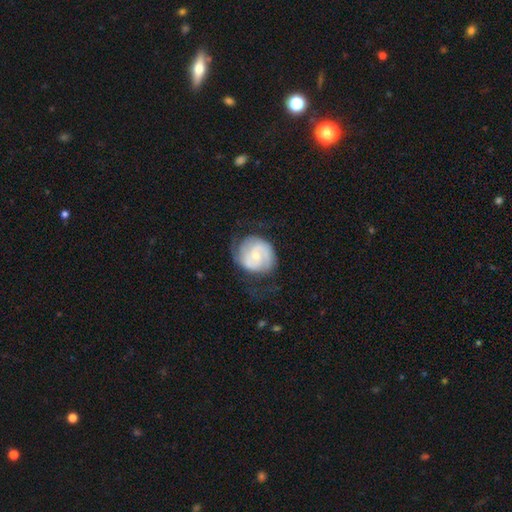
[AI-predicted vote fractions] Smooth or featured? Predicted: featured or disk (p=0.73). Edge-on disk? Predicted: no (p=0.98). Bar? Predicted: no (p=0.50). Spiral arms? Predicted: yes (p=0.91). Spiral winding? Predicted: tight (p=0.45). Spiral arm count? Predicted: 2 (p=0.69). Bulge size? Predicted: small (p=0.53). Merging? Predicted: none (p=0.61).